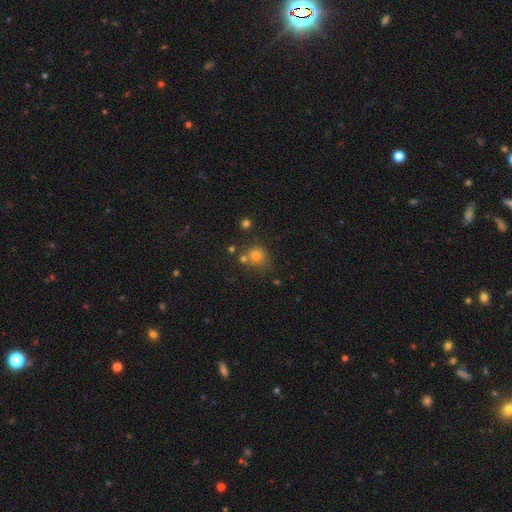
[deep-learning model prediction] Smooth or featured: smooth — 73% (star or artifact — 17%)
How rounded: round — 81% (in between — 18%)
Merging: none — 61% (merger — 21%)